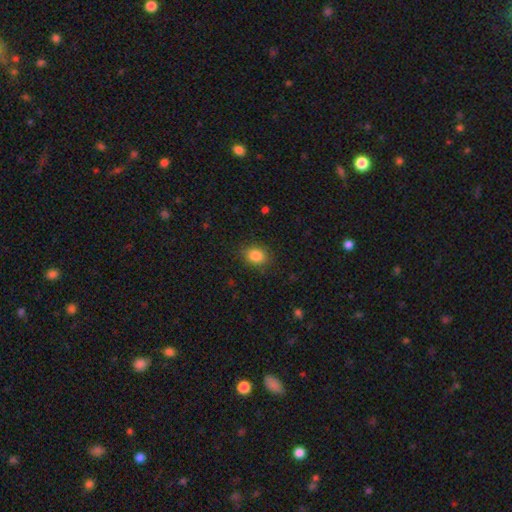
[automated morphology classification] Smooth or featured? smooth (86%)
How rounded? in between (55%)
Merging? none (84%)